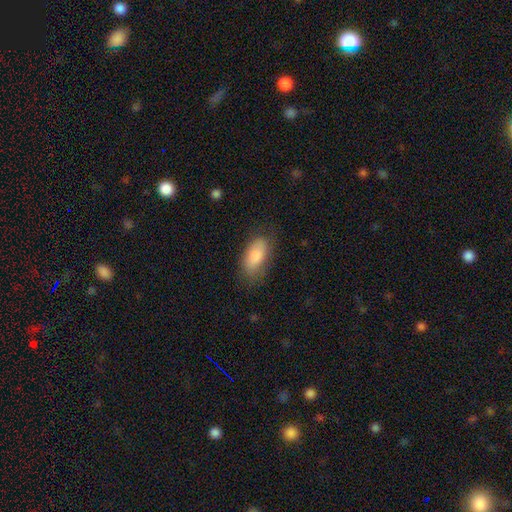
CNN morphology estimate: Smooth or featured? Predicted: smooth (p=0.84). How rounded? Predicted: in between (p=0.90). Merging? Predicted: none (p=0.70).